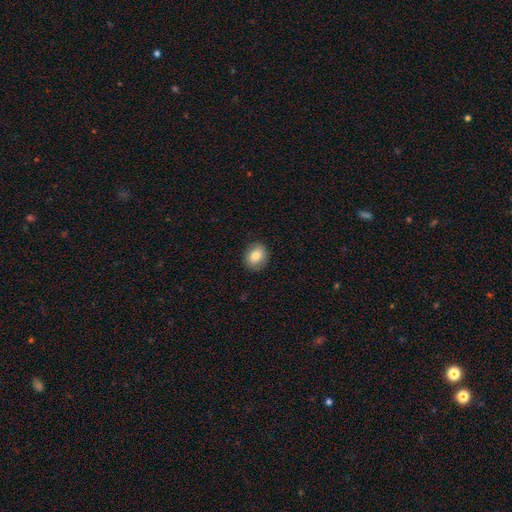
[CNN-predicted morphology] This is likely a smooth galaxy (79%). How rounded: possibly round (54%). Merging: clearly none (88%).